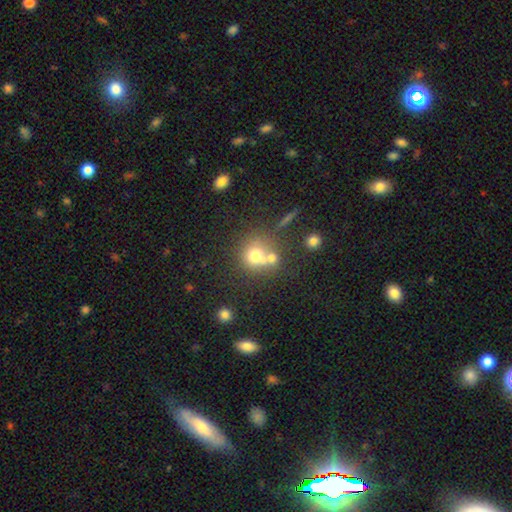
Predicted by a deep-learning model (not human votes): Morphology: type=smooth (67%); roundness=round (84%); merging=merger (43%).